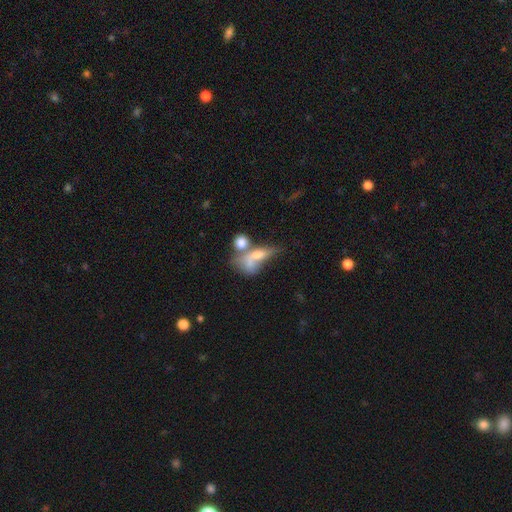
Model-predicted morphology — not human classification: Overall: smooth (51%; featured or disk 36%). How rounded: in between (57%; cigar-shaped 22%). Merging: merger (49%; none 20%).